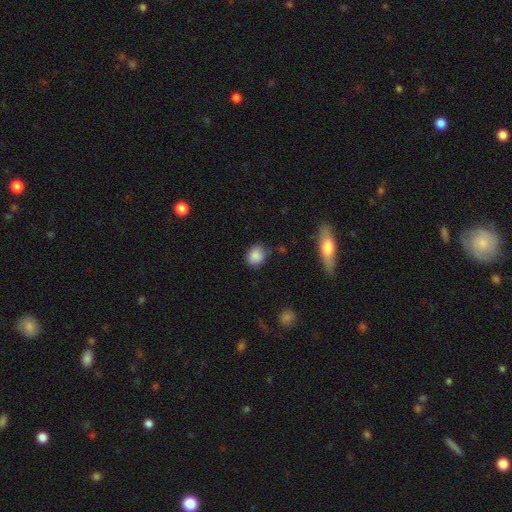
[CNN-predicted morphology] type=smooth (87%); roundness=round (54%); merging=none (75%).